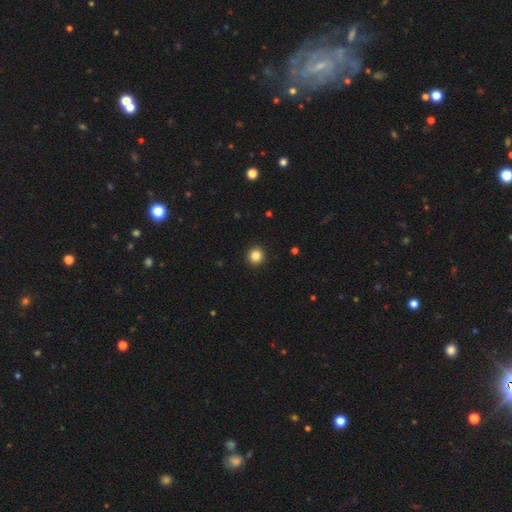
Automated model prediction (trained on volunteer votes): smooth_or_featured: smooth (p=0.85) [alt: star or artifact p=0.11]
how_rounded: round (p=0.94) [alt: in between p=0.05]
merging: none (p=0.94) [alt: minor disturbance p=0.04]